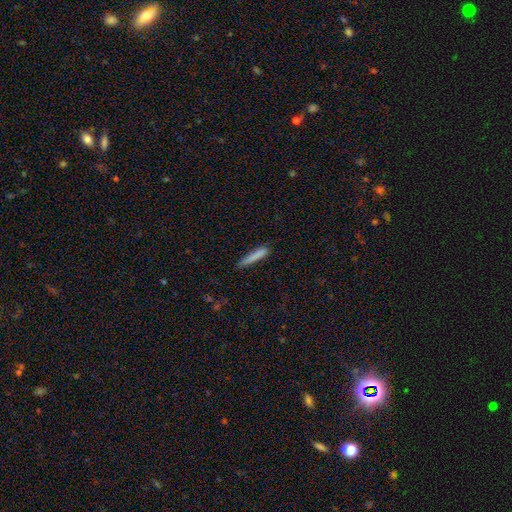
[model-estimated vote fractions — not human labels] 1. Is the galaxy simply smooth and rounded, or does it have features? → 81% smooth, 11% featured or disk, 7% star or artifact.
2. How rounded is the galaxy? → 92% cigar-shaped, 6% in between, 1% round.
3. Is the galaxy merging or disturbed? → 79% none, 17% minor disturbance, 3% major disturbance, 2% merger.